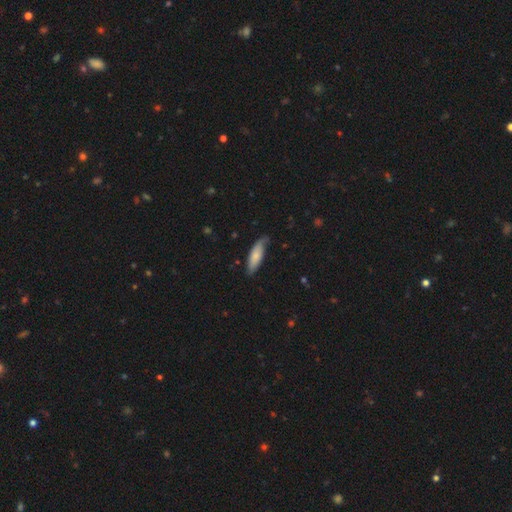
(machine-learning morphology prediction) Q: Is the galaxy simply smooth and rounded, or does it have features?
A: smooth — 72%.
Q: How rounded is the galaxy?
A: in between — 55%.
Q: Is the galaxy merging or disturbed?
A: none — 62%.